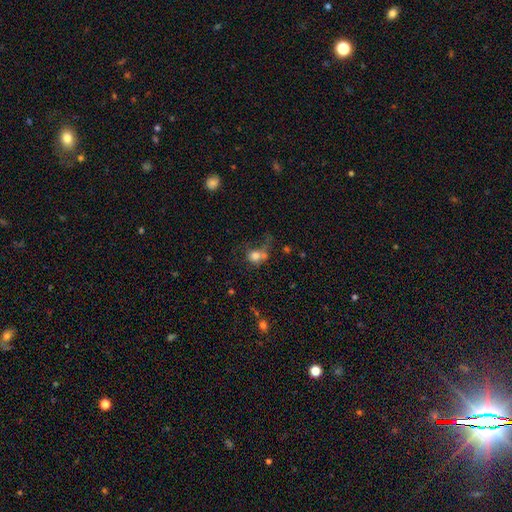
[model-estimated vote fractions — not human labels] Smooth or featured?
  - smooth: 74% *
  - featured or disk: 14%
  - star or artifact: 12%
How rounded?
  - round: 68% *
  - in between: 31%
  - cigar-shaped: 1%
Merging?
  - none: 30% *
  - merger: 27%
  - major disturbance: 26%
  - minor disturbance: 17%